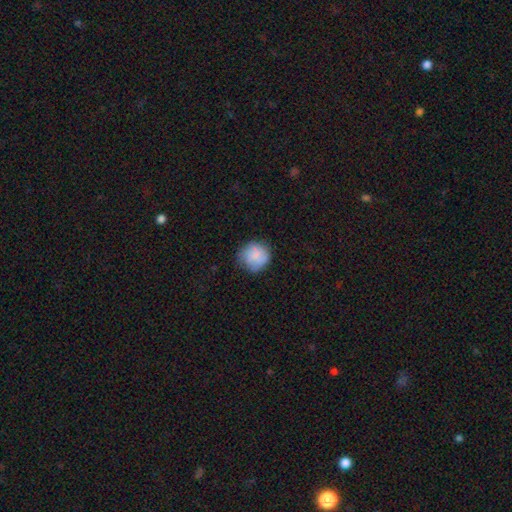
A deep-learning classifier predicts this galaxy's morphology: Smooth or featured? Predicted: smooth (p=0.79). How rounded? Predicted: round (p=0.89). Merging? Predicted: none (p=0.71).